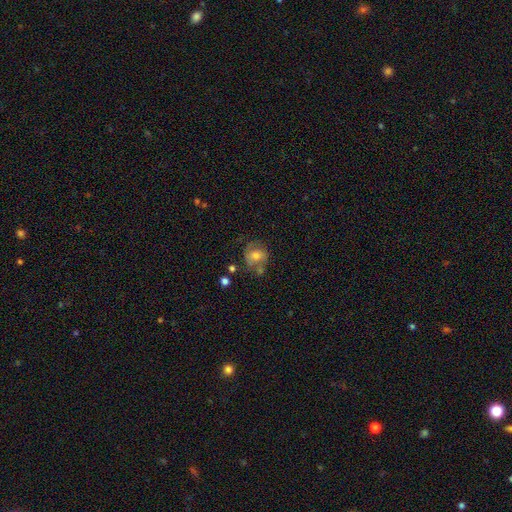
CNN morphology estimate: A smooth galaxy with no disk features (64%) that is round (67%).

Vote fractions:
- Smooth or featured? smooth: 64% / featured or disk: 26% / star or artifact: 10%
- How rounded? round: 67% / in between: 32% / cigar-shaped: 1%
- Merging? none: 53% / minor disturbance: 23% / merger: 14% / major disturbance: 11%